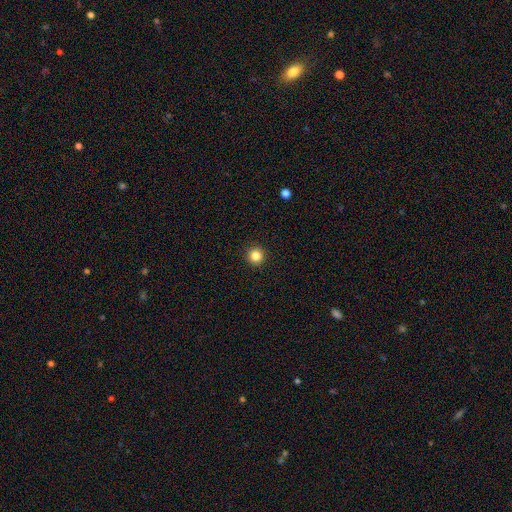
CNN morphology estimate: Smooth or featured?
  - smooth: 84% *
  - star or artifact: 12%
  - featured or disk: 5%
How rounded?
  - round: 96% *
  - in between: 4%
  - cigar-shaped: 1%
Merging?
  - none: 93% *
  - minor disturbance: 4%
  - major disturbance: 2%
  - merger: 1%